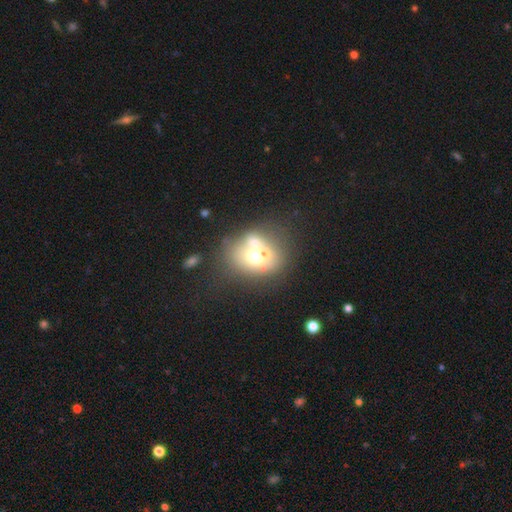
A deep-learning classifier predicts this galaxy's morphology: Smooth or featured: smooth — 55% (featured or disk — 32%)
How rounded: round — 62% (in between — 37%)
Merging: merger — 56% (none — 30%)